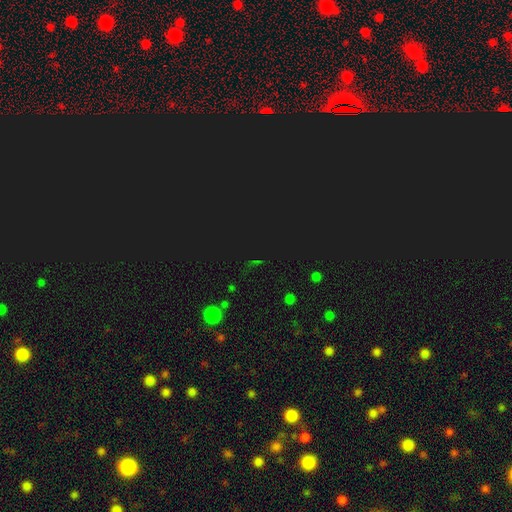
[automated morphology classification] Smooth or featured: star or artifact — 74% (smooth — 18%)